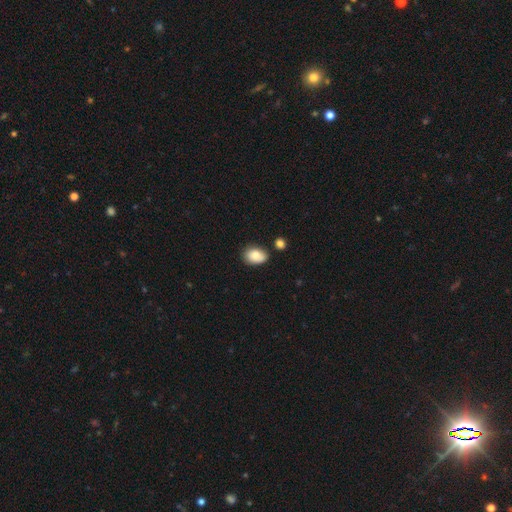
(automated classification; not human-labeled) A smooth galaxy with no disk features (84%) that is in between round and cigar-shaped (79%). Merging: none (72%).